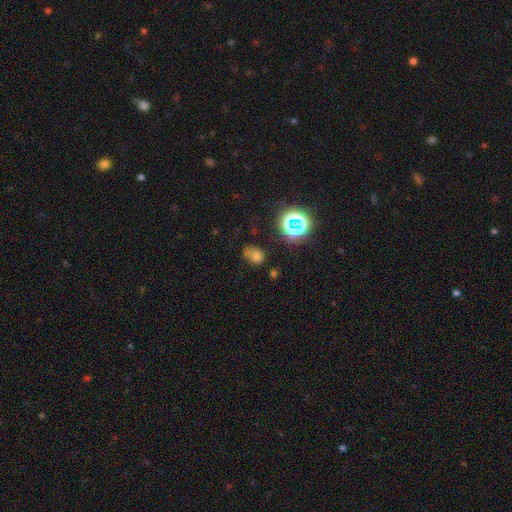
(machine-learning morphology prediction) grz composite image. It shows a smooth galaxy with no disk features (54%) that is round (56%). Merging: none (61%).